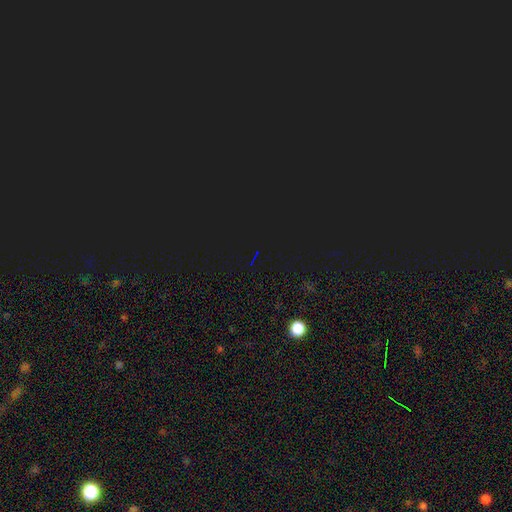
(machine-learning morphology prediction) Smooth or featured?
  - star or artifact: 81% *
  - smooth: 12%
  - featured or disk: 7%